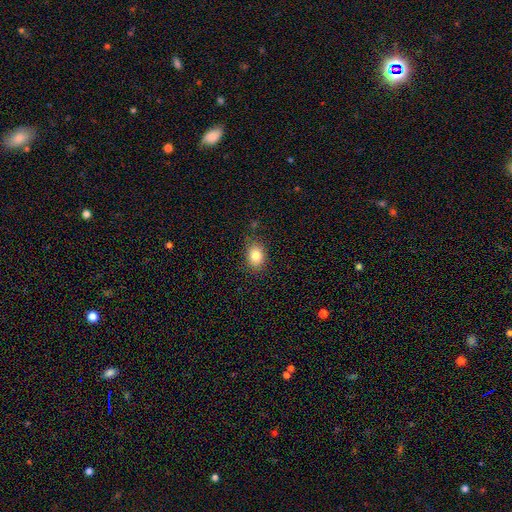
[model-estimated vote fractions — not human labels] Overall: smooth (83%). How rounded: in between (64%; round 35%). Merging: none (83%).